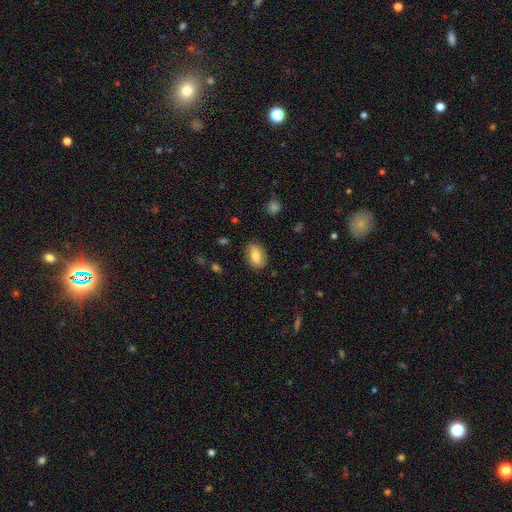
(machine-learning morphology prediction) A smooth galaxy with no disk features (76%) that is in between round and cigar-shaped (88%). Merging: none (83%).